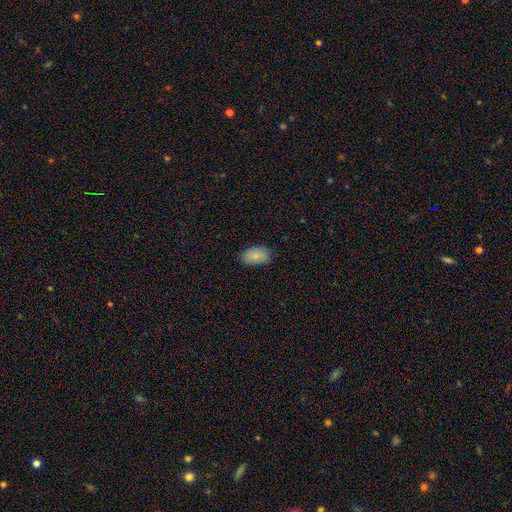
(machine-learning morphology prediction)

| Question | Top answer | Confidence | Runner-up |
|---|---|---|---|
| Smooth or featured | smooth | 84% | featured or disk (9%) |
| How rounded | in between | 92% | round (6%) |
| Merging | none | 84% | minor disturbance (13%) |